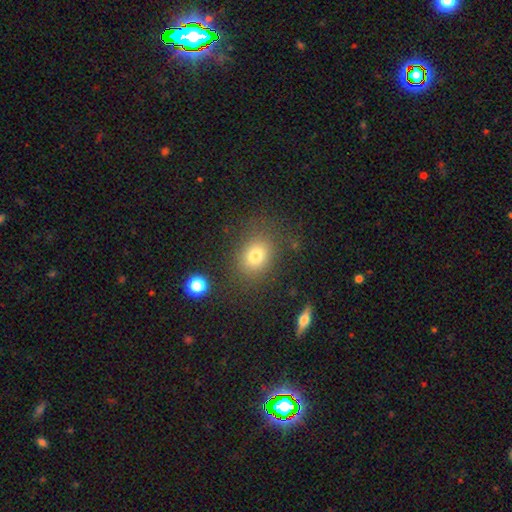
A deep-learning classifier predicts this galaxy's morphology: The model was most divided on "how rounded": in between: 51%, round: 48%, cigar-shaped: 1%. More confident: merging — none (79%); smooth or featured — smooth (77%).